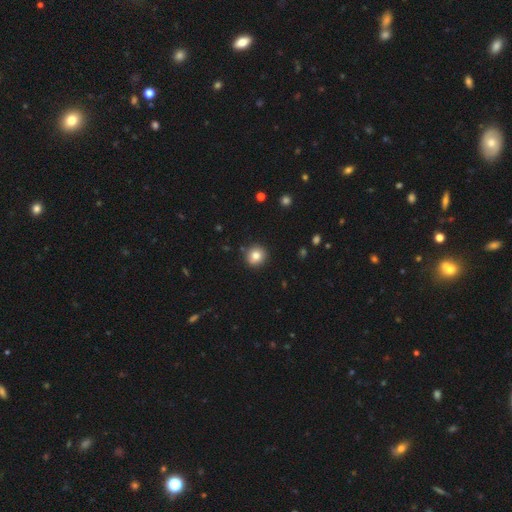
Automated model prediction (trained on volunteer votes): Q: Smooth or featured?
A: smooth (81%); runner-up: star or artifact (11%)
Q: How rounded?
A: round (92%); runner-up: in between (7%)
Q: Merging?
A: none (89%); runner-up: minor disturbance (7%)